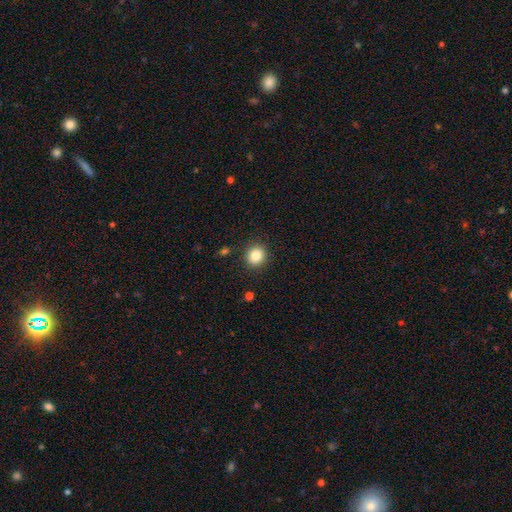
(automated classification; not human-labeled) This is clearly a smooth galaxy (84%). How rounded: clearly round (85%). Merging: clearly none (90%).